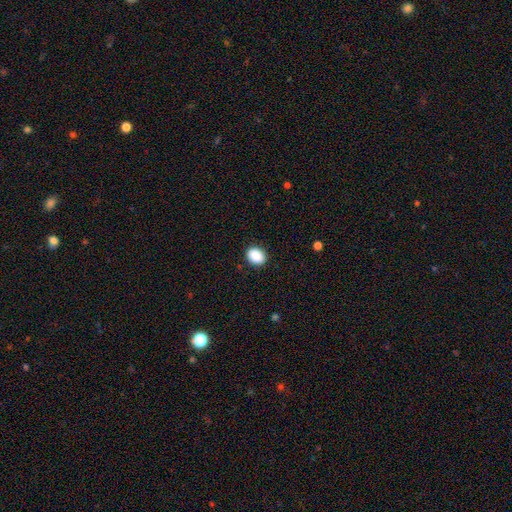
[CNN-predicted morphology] Smooth or featured? smooth (90%)
How rounded? in between (60%)
Merging? none (90%)